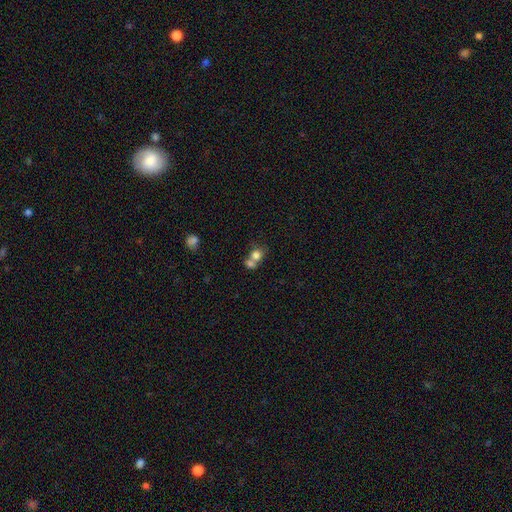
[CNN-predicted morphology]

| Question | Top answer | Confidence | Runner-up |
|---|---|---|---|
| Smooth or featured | smooth | 77% | featured or disk (13%) |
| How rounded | round | 65% | in between (34%) |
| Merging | merger | 59% | none (29%) |